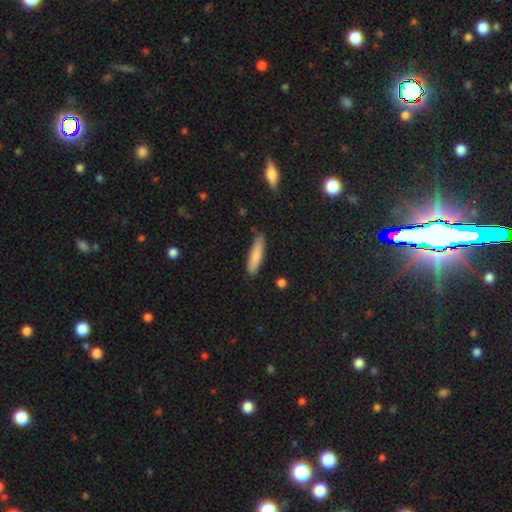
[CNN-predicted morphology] smooth_or_featured: smooth (p=0.82) [alt: featured or disk p=0.12]
how_rounded: cigar-shaped (p=0.77) [alt: in between p=0.22]
merging: none (p=0.85) [alt: minor disturbance p=0.12]